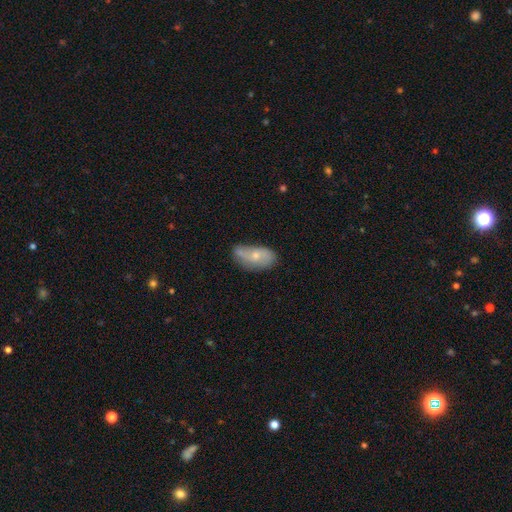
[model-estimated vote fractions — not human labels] This is possibly a smooth galaxy (52%). How rounded: clearly in between (90%). Merging: possibly none (46%).